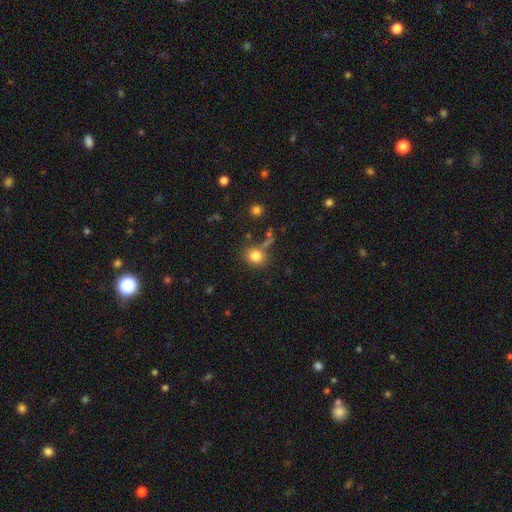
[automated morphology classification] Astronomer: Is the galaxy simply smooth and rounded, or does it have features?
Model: smooth — 81%.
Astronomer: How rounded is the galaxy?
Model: round — 73%.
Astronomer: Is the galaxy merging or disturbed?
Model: none — 70%.